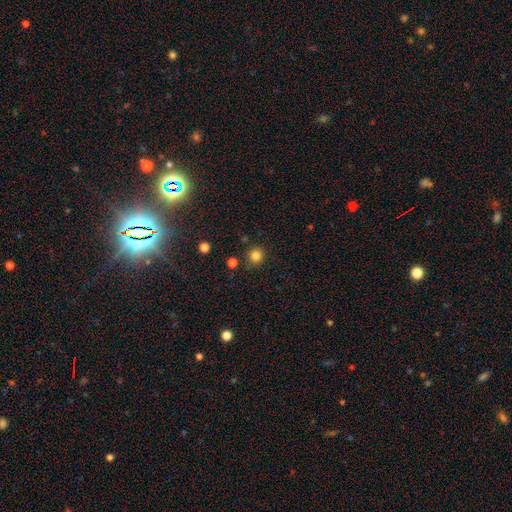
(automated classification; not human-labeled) The model was most divided on "smooth or featured": smooth: 82%, star or artifact: 13%, featured or disk: 4%. More confident: how rounded — round (91%); merging — none (85%).